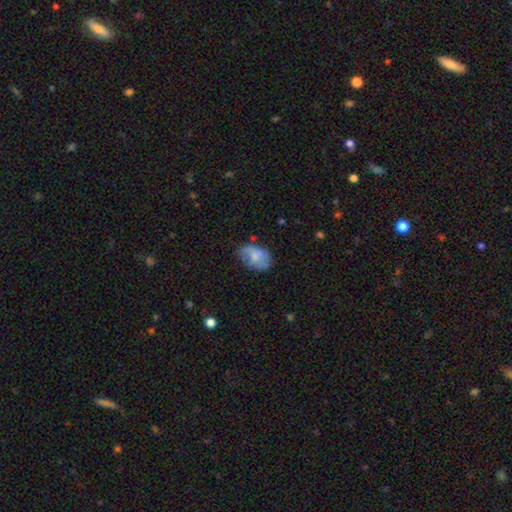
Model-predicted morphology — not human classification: This appears to be a smooth galaxy with no disk features (63%) that is in between round and cigar-shaped (88%). Merging: none (62%).